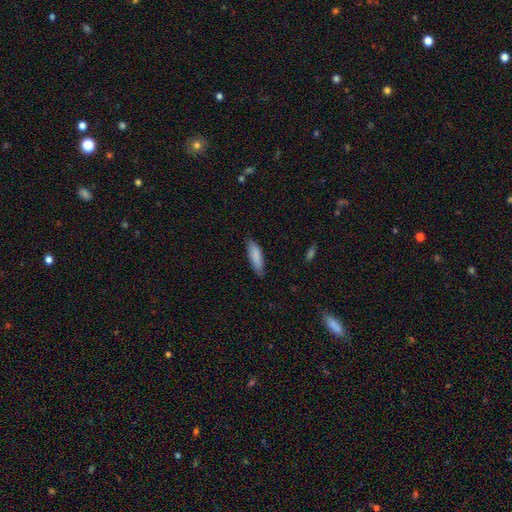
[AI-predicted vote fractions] This is clearly a smooth galaxy (85%). How rounded: possibly cigar-shaped (51%). Merging: likely none (78%).